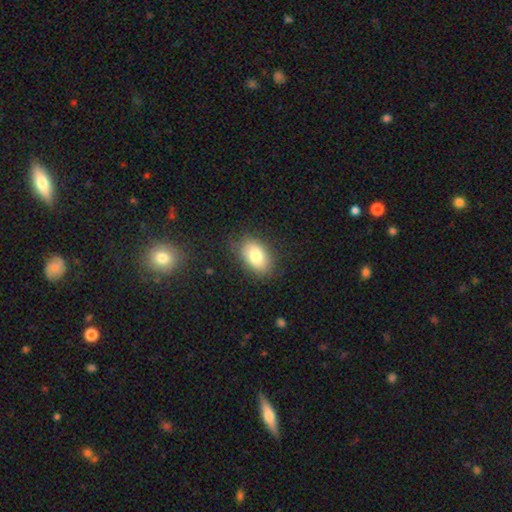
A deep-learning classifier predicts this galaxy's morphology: A smooth galaxy with no disk features (80%) that is in between round and cigar-shaped (88%). Merging: none (79%).